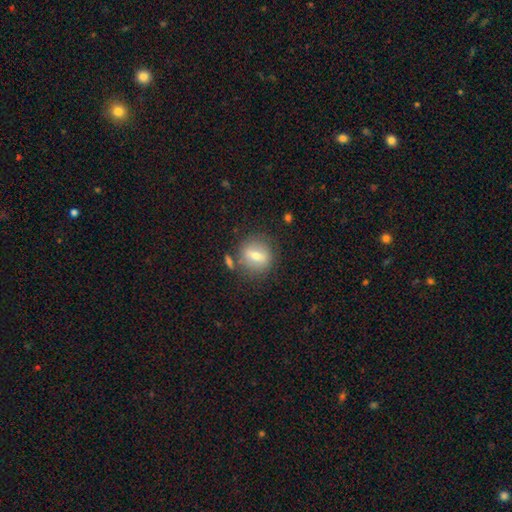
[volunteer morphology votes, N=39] A smooth galaxy with no disk features (62%) that is round (83%).

Vote fractions:
- Smooth or featured? smooth: 62% / featured or disk: 36% / star or artifact: 3%
- How rounded? round: 83% / in between: 17% / cigar-shaped: 0%
- Merging? none: 68% / minor disturbance: 18% / major disturbance: 8% / merger: 5%